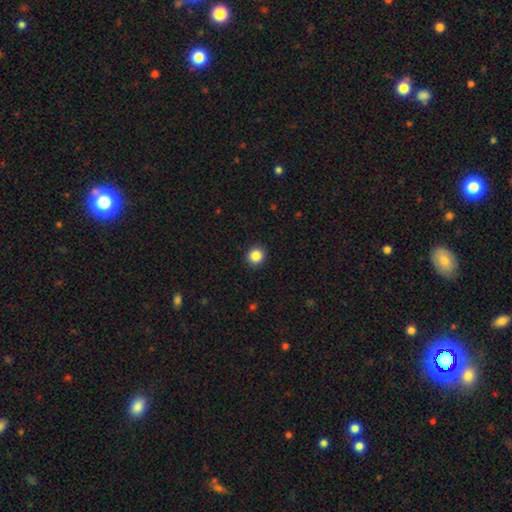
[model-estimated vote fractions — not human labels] Smooth or featured? smooth (86%)
How rounded? round (92%)
Merging? none (92%)